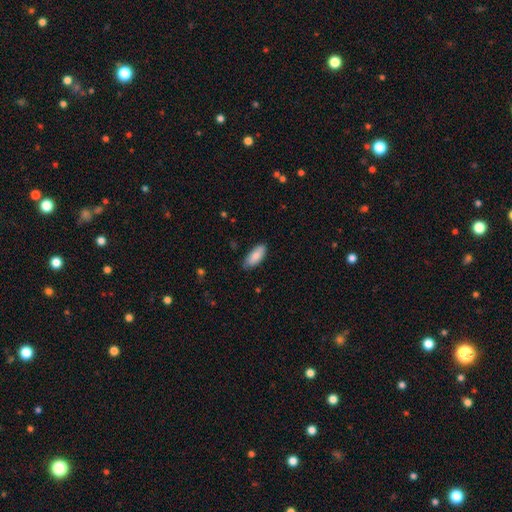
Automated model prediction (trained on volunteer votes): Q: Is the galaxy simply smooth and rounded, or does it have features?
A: smooth — 84%.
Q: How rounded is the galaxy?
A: in between — 81%.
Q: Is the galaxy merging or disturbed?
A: none — 81%.